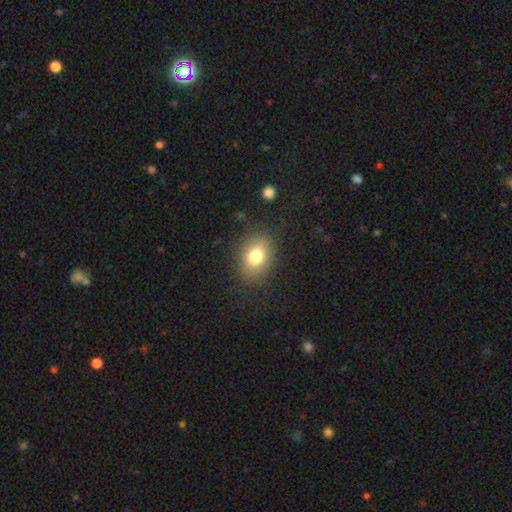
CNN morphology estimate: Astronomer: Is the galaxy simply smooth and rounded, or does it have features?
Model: smooth — 77%.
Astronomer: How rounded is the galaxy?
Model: in between — 71%.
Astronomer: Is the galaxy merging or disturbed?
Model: none — 83%.